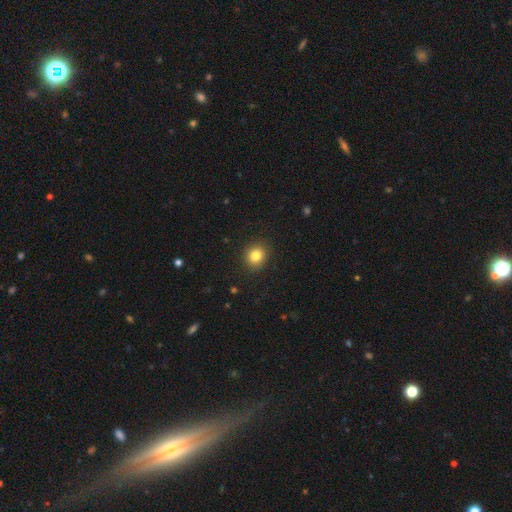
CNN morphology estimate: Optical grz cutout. It shows a smooth galaxy with no disk features (84%) that is round (73%). Merging: none (90%).